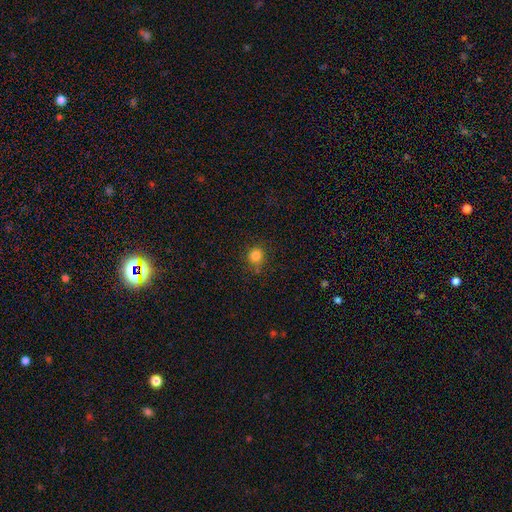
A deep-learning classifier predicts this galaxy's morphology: Q: Smooth or featured?
A: smooth (82%); runner-up: star or artifact (13%)
Q: How rounded?
A: round (90%); runner-up: in between (9%)
Q: Merging?
A: none (81%); runner-up: minor disturbance (12%)